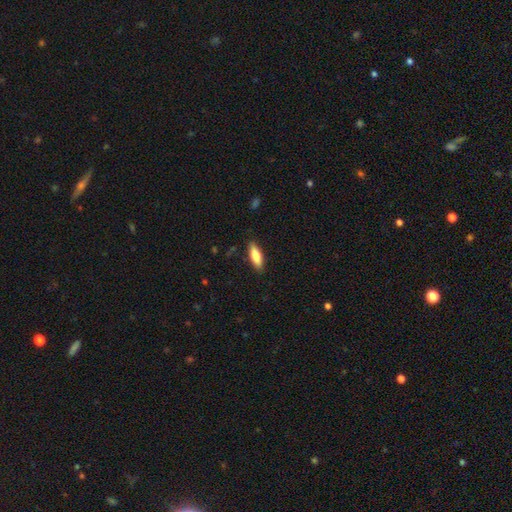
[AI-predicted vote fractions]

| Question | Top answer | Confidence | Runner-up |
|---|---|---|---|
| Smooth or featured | smooth | 80% | featured or disk (14%) |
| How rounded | in between | 55% | cigar-shaped (43%) |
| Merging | none | 86% | minor disturbance (10%) |